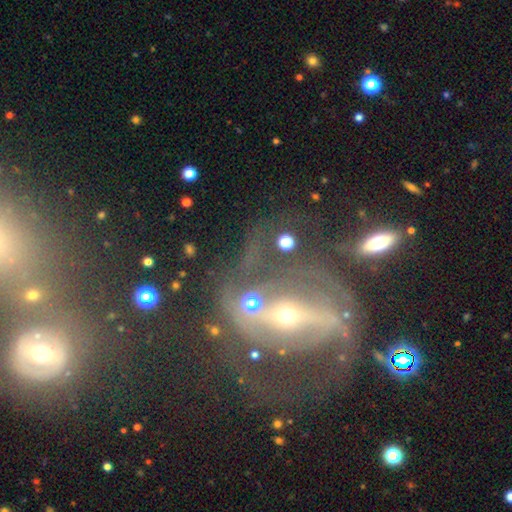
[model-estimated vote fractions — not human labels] Morphology: type=featured or disk (80%); edge-on=no (94%); bar=strong (53%); spiral arms=yes (86%); winding=medium (46%); arm count=2 (75%); bulge=small (55%); merging=none (47%).